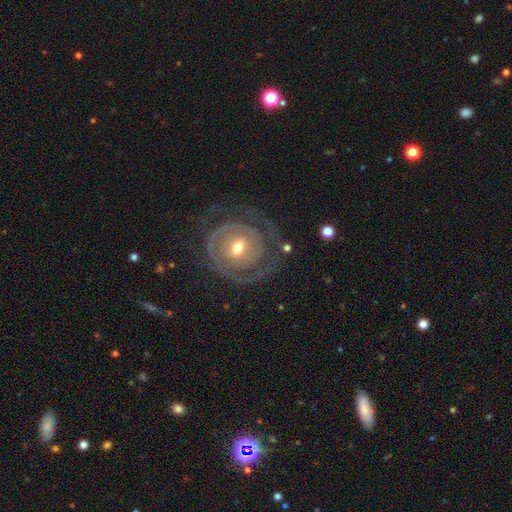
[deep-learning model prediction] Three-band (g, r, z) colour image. It shows a featured or disk galaxy (85%) with no bar (65%), 2 (48%) tight (80%) spiral arms (91%) and a moderate central bulge (58%). Merging: none (78%).